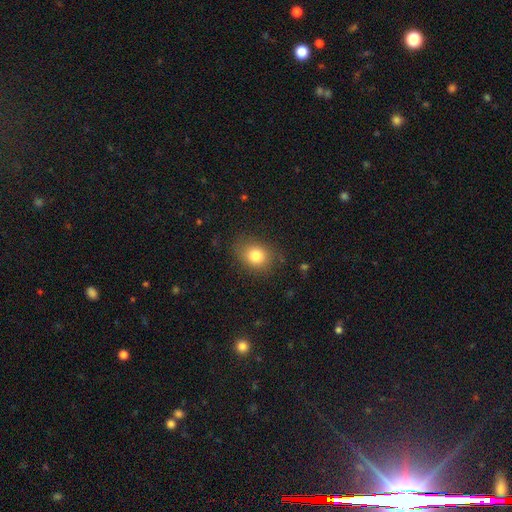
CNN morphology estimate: A smooth galaxy with no disk features (81%) that is in between round and cigar-shaped (51%). Merging: none (79%).